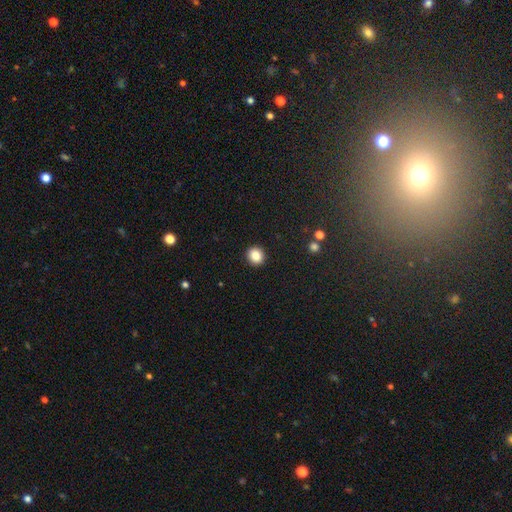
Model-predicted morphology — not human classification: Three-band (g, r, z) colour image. It shows a smooth galaxy with no disk features (86%) that is round (83%). Merging: none (92%).